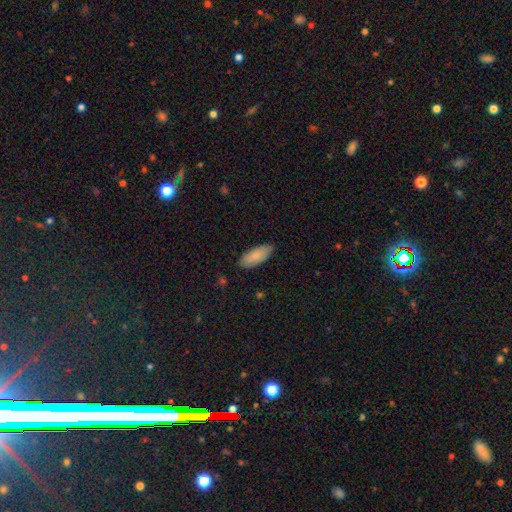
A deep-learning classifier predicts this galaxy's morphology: smooth_or_featured: smooth (p=0.87) [alt: featured or disk p=0.08]
how_rounded: in between (p=0.83) [alt: cigar-shaped p=0.16]
merging: none (p=0.86) [alt: minor disturbance p=0.11]